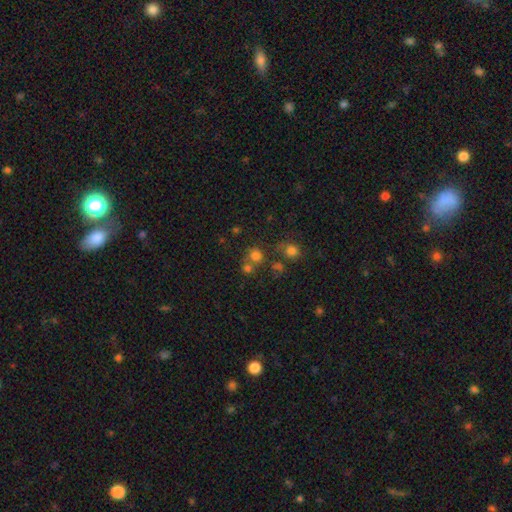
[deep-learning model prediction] A smooth galaxy with no disk features (73%) that is round (86%). Merging: none (59%).